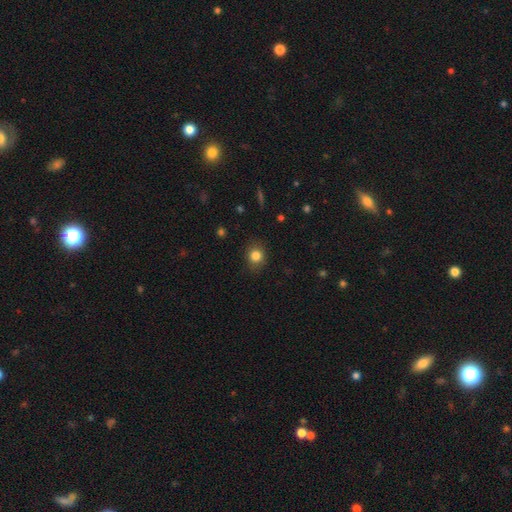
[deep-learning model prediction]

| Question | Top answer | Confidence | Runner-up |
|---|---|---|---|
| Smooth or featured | smooth | 83% | star or artifact (11%) |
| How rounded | round | 74% | in between (25%) |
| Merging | none | 84% | minor disturbance (12%) |